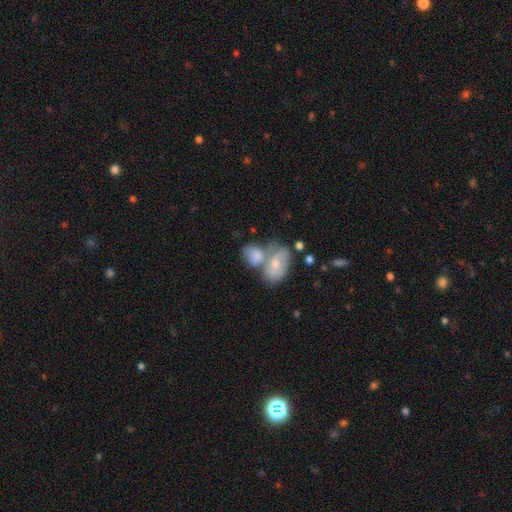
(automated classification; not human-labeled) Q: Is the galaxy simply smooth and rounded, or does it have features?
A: smooth — 66%.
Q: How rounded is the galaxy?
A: in between — 73%.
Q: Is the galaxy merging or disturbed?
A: merger — 60%.